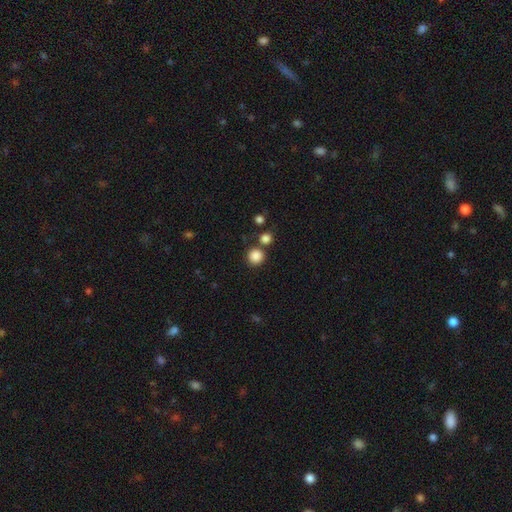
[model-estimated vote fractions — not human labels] The model was most divided on "merging": none: 76%, merger: 13%, minor disturbance: 8%, major disturbance: 3%. More confident: how rounded — round (92%); smooth or featured — smooth (85%).